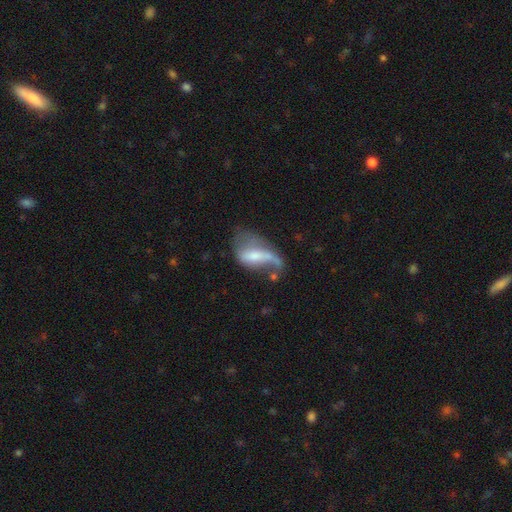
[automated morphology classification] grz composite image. It shows a featured or disk galaxy (50%). Merging: major disturbance (44%).